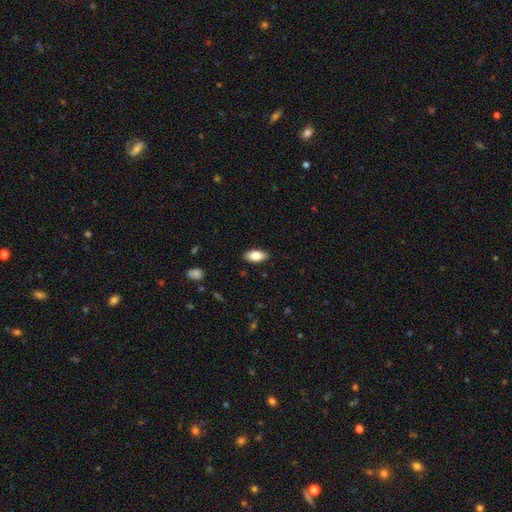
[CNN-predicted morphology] Smooth or featured? Predicted: smooth (p=0.84). How rounded? Predicted: in between (p=0.90). Merging? Predicted: none (p=0.88).